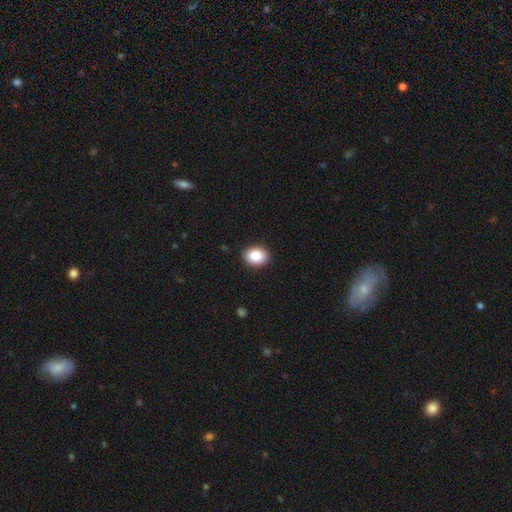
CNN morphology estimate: This appears to be a smooth galaxy with no disk features (87%) that is in between round and cigar-shaped (64%). Merging: none (90%).